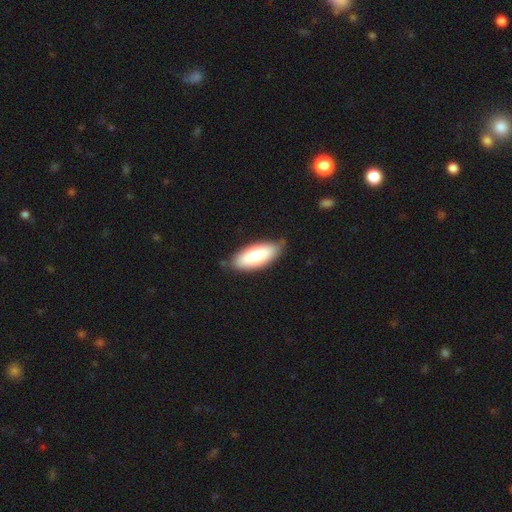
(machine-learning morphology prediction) This is likely a smooth galaxy (79%). How rounded: likely in between (79%). Merging: likely none (79%).